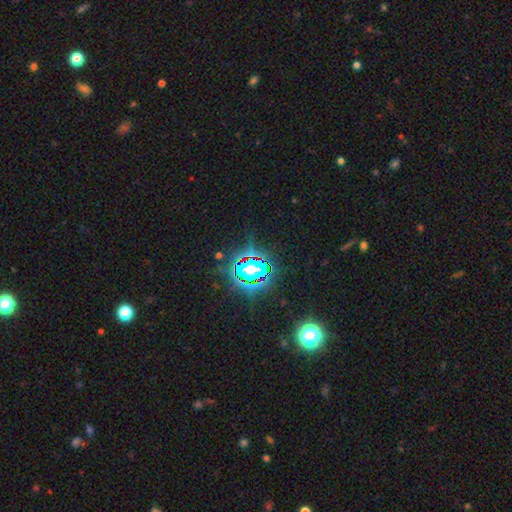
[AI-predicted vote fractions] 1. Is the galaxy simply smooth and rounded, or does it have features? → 83% star or artifact, 10% smooth, 7% featured or disk.